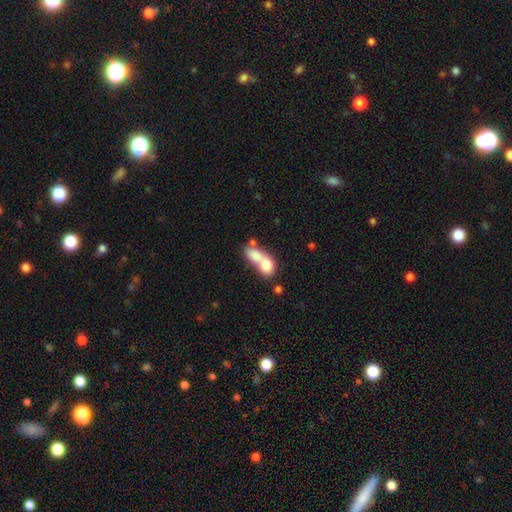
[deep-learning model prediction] A smooth galaxy with no disk features (72%) that is in between round and cigar-shaped (66%).

Vote fractions:
- Smooth or featured? smooth: 72% / featured or disk: 20% / star or artifact: 8%
- How rounded? in between: 66% / round: 28% / cigar-shaped: 7%
- Merging? merger: 74% / none: 14% / minor disturbance: 6% / major disturbance: 6%